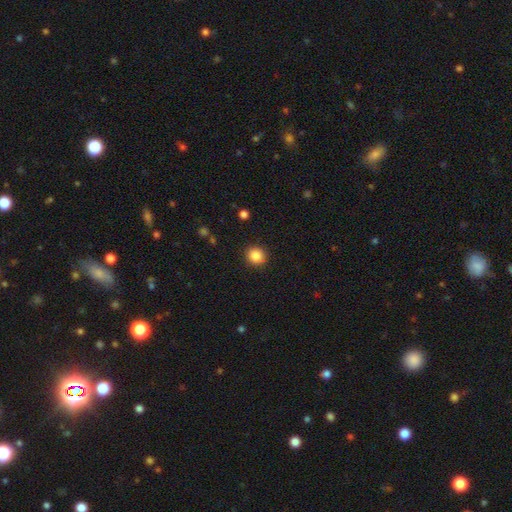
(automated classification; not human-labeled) This is clearly a smooth galaxy (87%). How rounded: clearly round (89%). Merging: clearly none (90%).